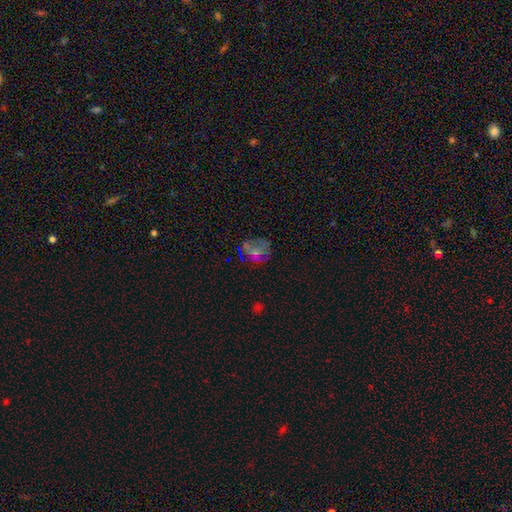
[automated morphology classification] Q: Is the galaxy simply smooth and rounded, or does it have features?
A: featured or disk — 42%.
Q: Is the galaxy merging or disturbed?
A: none — 69%.